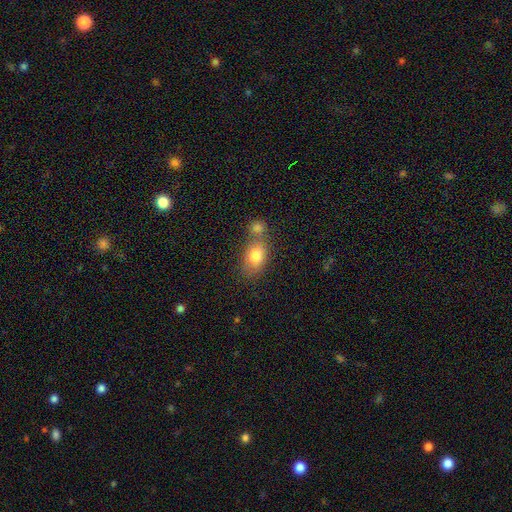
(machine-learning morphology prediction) Q: Smooth or featured?
A: smooth (80%); runner-up: featured or disk (12%)
Q: How rounded?
A: in between (81%); runner-up: round (17%)
Q: Merging?
A: none (44%); runner-up: merger (38%)